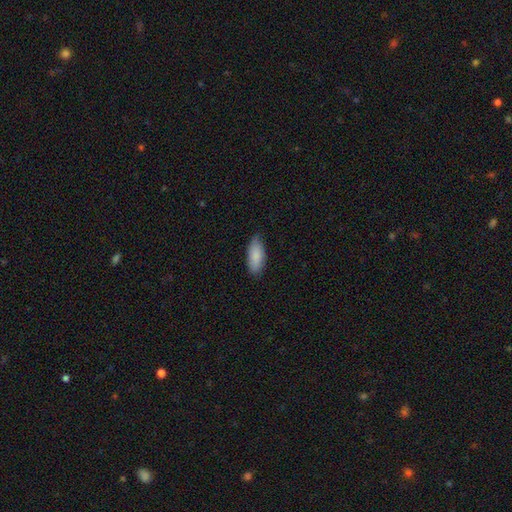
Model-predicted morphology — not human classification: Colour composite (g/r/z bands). It shows a smooth galaxy with no disk features (87%) that is in between round and cigar-shaped (81%). Merging: none (79%).